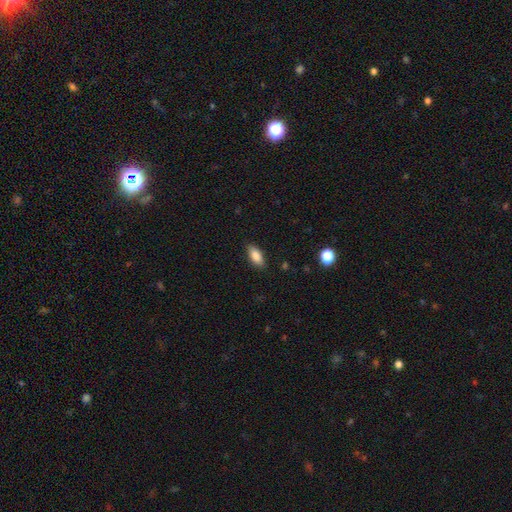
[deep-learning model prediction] smooth 86%, star or artifact 7%, featured or disk 7%. Down the decision tree: how rounded — in between (85%); merging — none (86%).